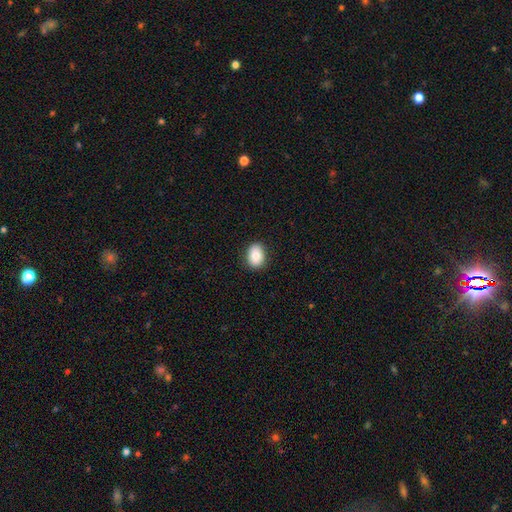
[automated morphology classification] smooth_or_featured: smooth (p=0.82) [alt: featured or disk p=0.10]
how_rounded: in between (p=0.73) [alt: round p=0.26]
merging: none (p=0.88) [alt: minor disturbance p=0.09]